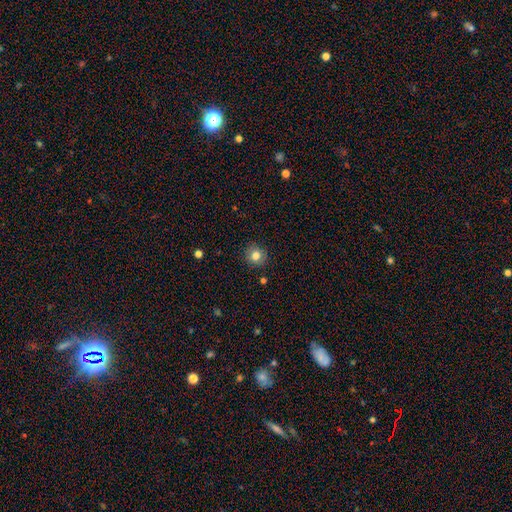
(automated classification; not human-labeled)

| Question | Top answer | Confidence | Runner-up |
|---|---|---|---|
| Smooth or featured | smooth | 81% | star or artifact (11%) |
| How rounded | round | 85% | in between (14%) |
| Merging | none | 89% | minor disturbance (8%) |